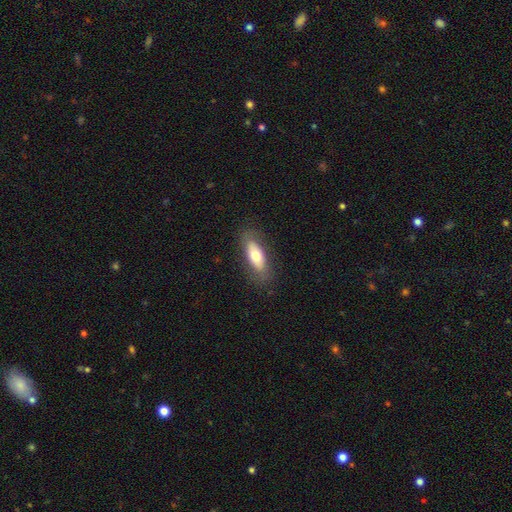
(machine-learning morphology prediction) Q: Smooth or featured?
A: smooth (66%); runner-up: featured or disk (28%)
Q: How rounded?
A: in between (70%); runner-up: cigar-shaped (27%)
Q: Merging?
A: none (82%); runner-up: minor disturbance (13%)